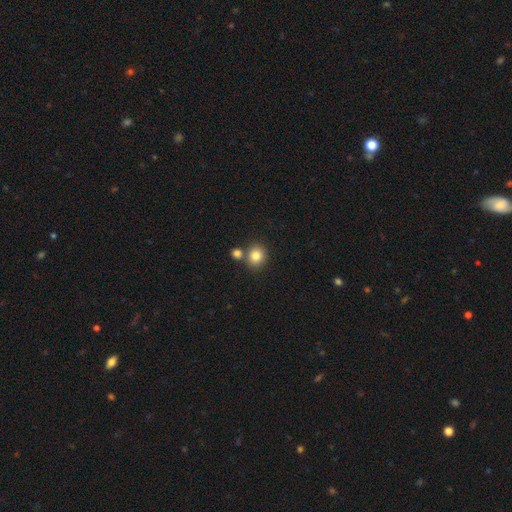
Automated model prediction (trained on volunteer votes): Q: Smooth or featured?
A: smooth (83%); runner-up: star or artifact (10%)
Q: How rounded?
A: round (80%); runner-up: in between (19%)
Q: Merging?
A: none (67%); runner-up: merger (21%)